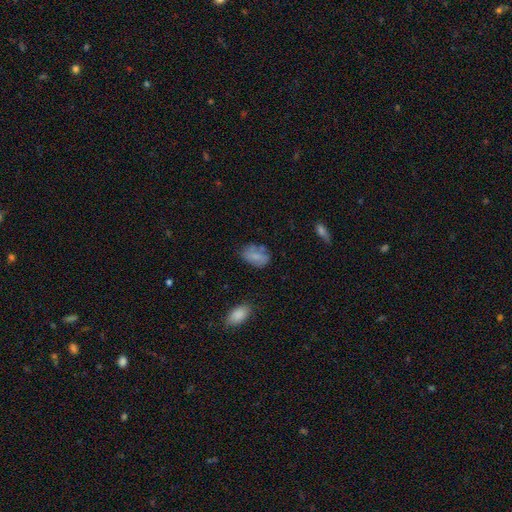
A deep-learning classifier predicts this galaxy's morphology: Smooth or featured: smooth — 75% (featured or disk — 16%)
How rounded: in between — 87% (round — 11%)
Merging: none — 61% (minor disturbance — 25%)